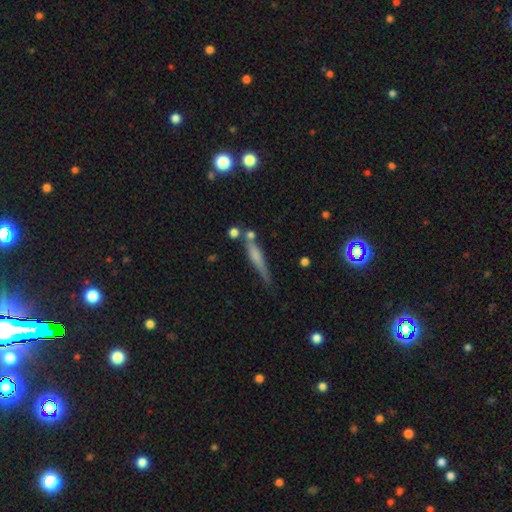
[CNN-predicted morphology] Q: Smooth or featured?
A: smooth (50%); runner-up: featured or disk (41%)
Q: Merging?
A: none (59%); runner-up: minor disturbance (22%)